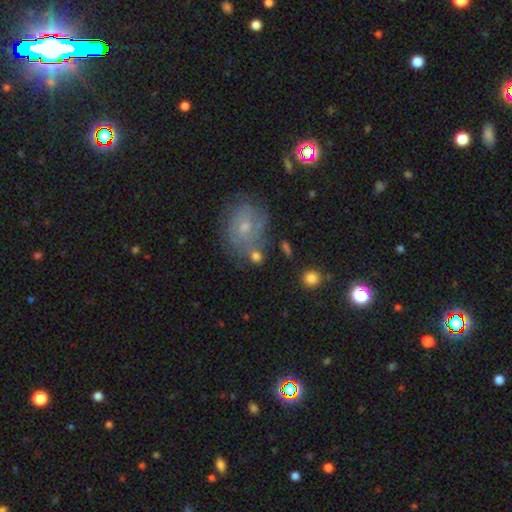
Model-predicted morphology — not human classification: smooth_or_featured: smooth (p=0.61) [alt: featured or disk p=0.27]
how_rounded: round (p=0.66) [alt: in between p=0.32]
merging: none (p=0.56) [alt: merger p=0.18]